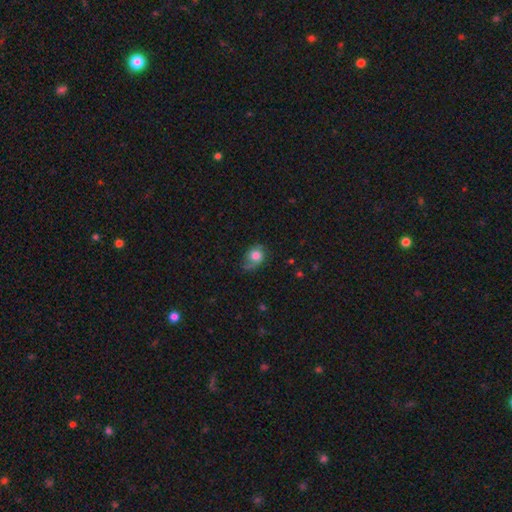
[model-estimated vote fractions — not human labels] Smooth or featured?
  - smooth: 71% *
  - featured or disk: 20%
  - star or artifact: 9%
How rounded?
  - round: 64% *
  - in between: 35%
  - cigar-shaped: 1%
Merging?
  - none: 51% *
  - minor disturbance: 31%
  - major disturbance: 15%
  - merger: 2%